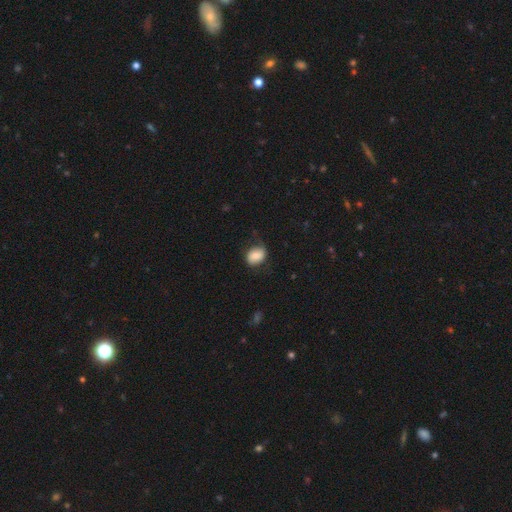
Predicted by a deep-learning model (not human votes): Morphology: type=smooth (73%); roundness=in between (65%); merging=none (66%).